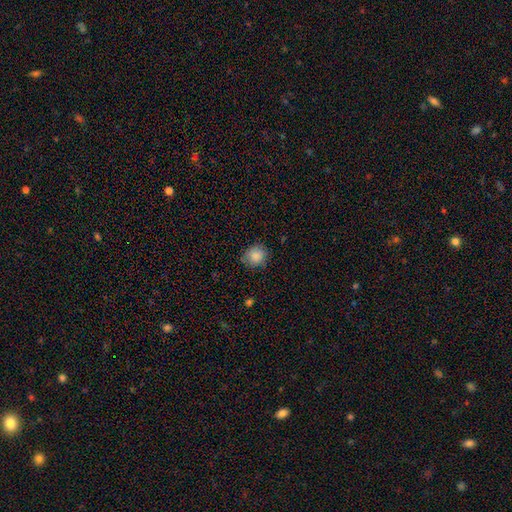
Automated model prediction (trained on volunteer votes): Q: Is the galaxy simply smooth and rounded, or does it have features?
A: smooth — 85%.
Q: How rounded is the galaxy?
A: round — 79%.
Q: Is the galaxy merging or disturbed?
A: none — 79%.